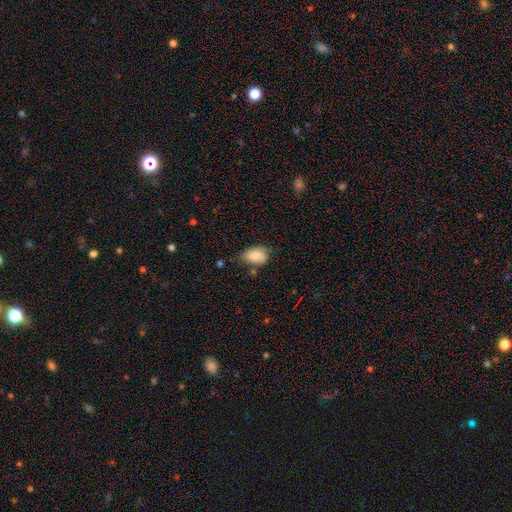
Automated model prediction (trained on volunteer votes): Smooth or featured?
  - smooth: 84% *
  - featured or disk: 9%
  - star or artifact: 8%
How rounded?
  - in between: 86% *
  - round: 13%
  - cigar-shaped: 2%
Merging?
  - none: 56% *
  - minor disturbance: 32%
  - major disturbance: 7%
  - merger: 5%